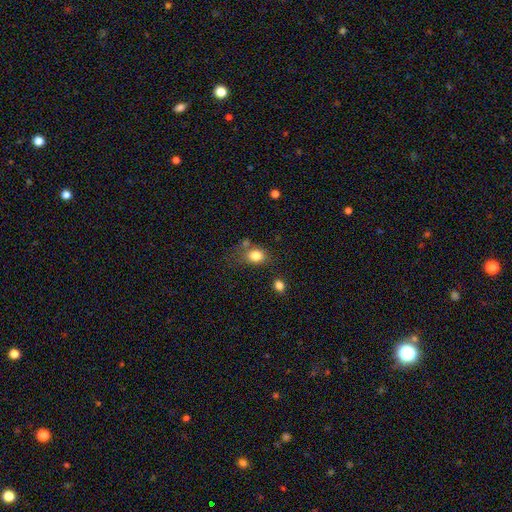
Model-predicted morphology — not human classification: Smooth or featured: smooth — 82% (star or artifact — 10%)
How rounded: in between — 57% (round — 42%)
Merging: none — 57% (minor disturbance — 21%)